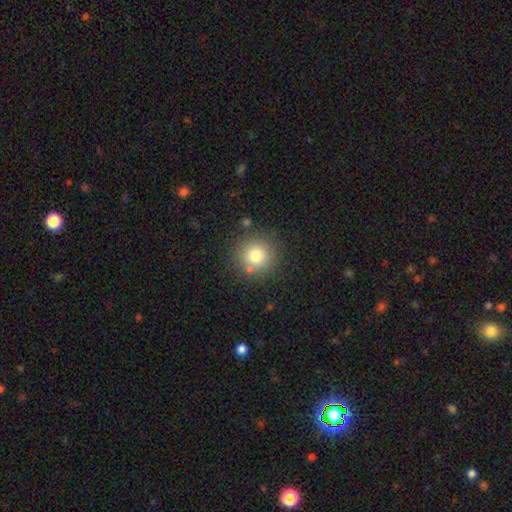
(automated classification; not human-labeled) Smooth or featured? Predicted: smooth (p=0.78). How rounded? Predicted: round (p=0.94). Merging? Predicted: none (p=0.82).